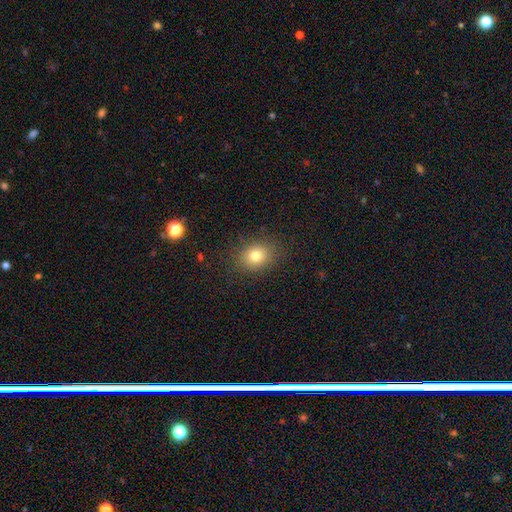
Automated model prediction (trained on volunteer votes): Morphology: type=smooth (78%); roundness=round (54%); merging=none (86%).